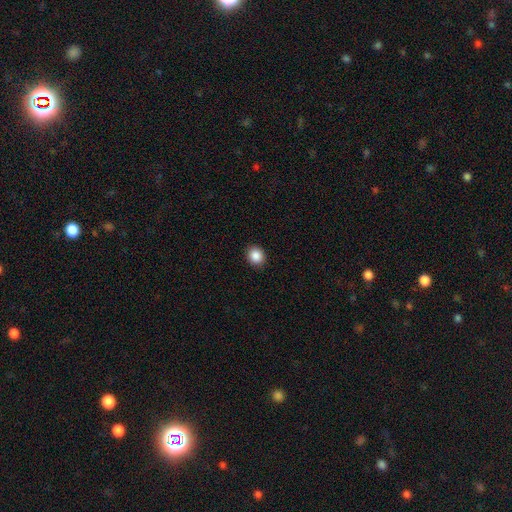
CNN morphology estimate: This appears to be a smooth galaxy with no disk features (88%) that is round (74%). Merging: none (91%).